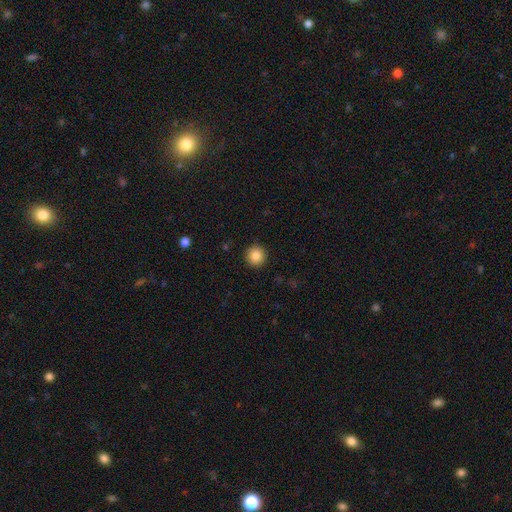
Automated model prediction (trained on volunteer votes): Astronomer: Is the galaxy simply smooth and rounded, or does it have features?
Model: smooth — 85%.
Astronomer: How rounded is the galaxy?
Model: round — 95%.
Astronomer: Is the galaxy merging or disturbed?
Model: none — 92%.